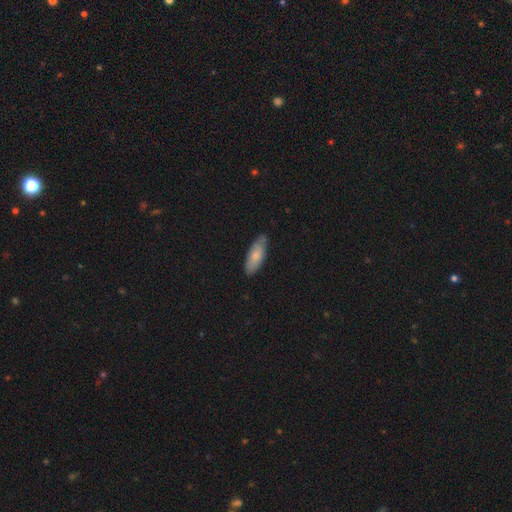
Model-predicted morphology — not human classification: A smooth galaxy with no disk features (77%) that is in between round and cigar-shaped (71%). Merging: none (80%).